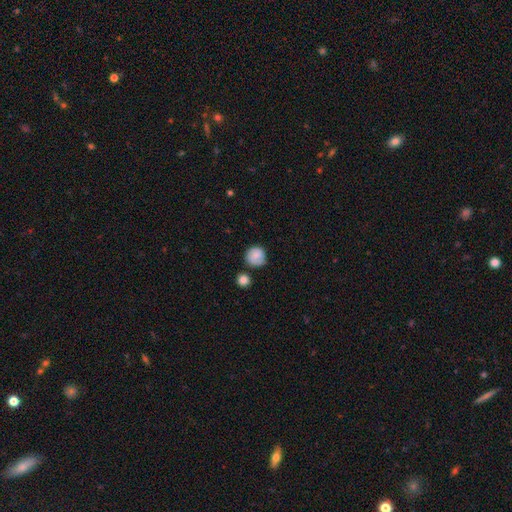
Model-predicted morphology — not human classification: Overall: smooth (80%). How rounded: round (91%). Merging: none (75%).